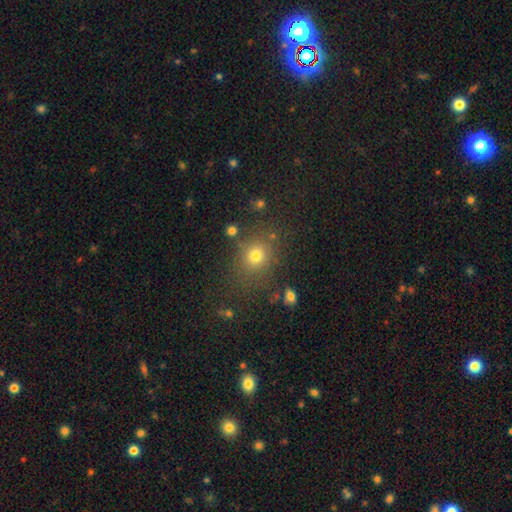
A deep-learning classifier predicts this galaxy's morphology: This appears to be a smooth galaxy with no disk features (73%) that is round (72%). Merging: none (77%).